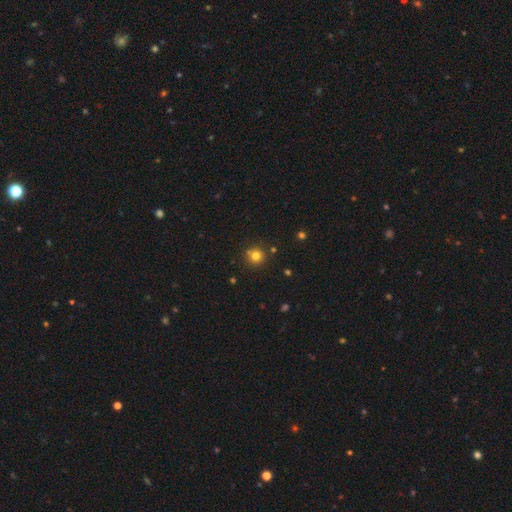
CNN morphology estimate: Smooth or featured? smooth (78%)
How rounded? round (94%)
Merging? none (82%)